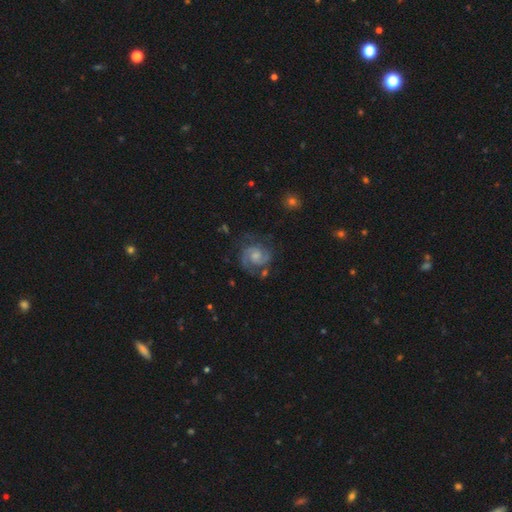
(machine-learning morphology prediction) Smooth or featured? Predicted: featured or disk (p=0.84). Edge-on disk? Predicted: no (p=0.98). Bar? Predicted: no (p=0.63). Spiral arms? Predicted: yes (p=0.97). Spiral winding? Predicted: medium (p=0.46). Spiral arm count? Predicted: 2 (p=0.84). Bulge size? Predicted: moderate (p=0.40). Merging? Predicted: none (p=0.68).